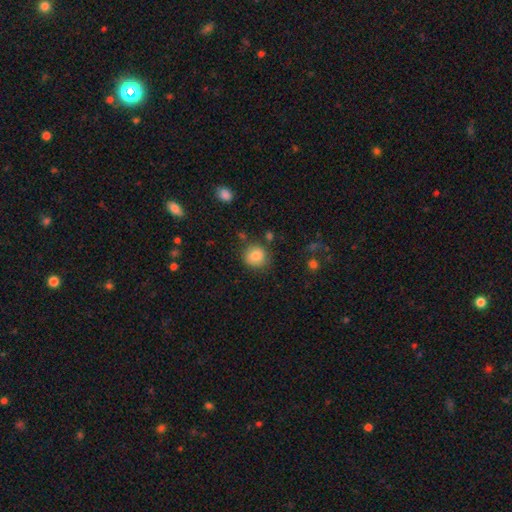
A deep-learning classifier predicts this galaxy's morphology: A smooth galaxy with no disk features (82%) that is round (88%). Merging: none (79%).